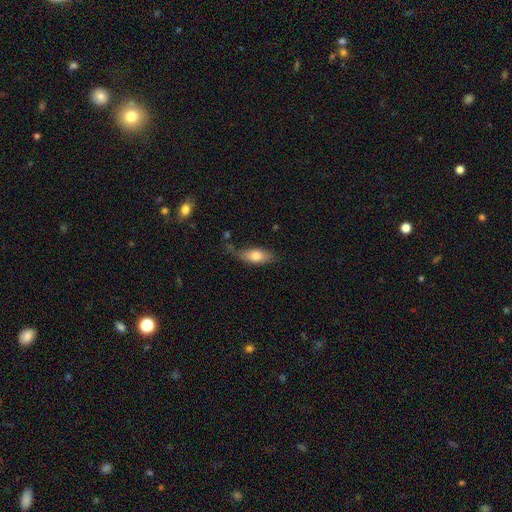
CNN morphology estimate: Smooth or featured? Predicted: smooth (p=0.75). How rounded? Predicted: in between (p=0.80). Merging? Predicted: none (p=0.60).